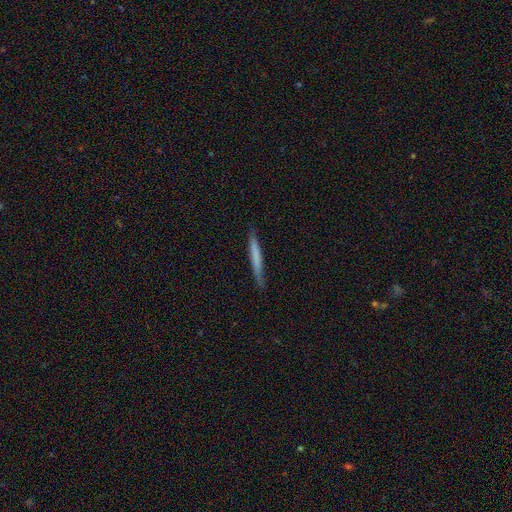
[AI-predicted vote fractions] Smooth or featured? Predicted: smooth (p=0.63). How rounded? Predicted: cigar-shaped (p=0.96). Merging? Predicted: none (p=0.85).